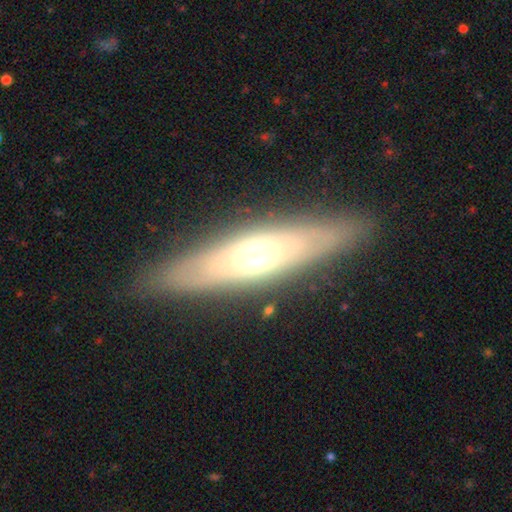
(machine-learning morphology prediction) This appears to be a featured or disk galaxy (51%) viewed edge-on (67%). Merging: none (87%).